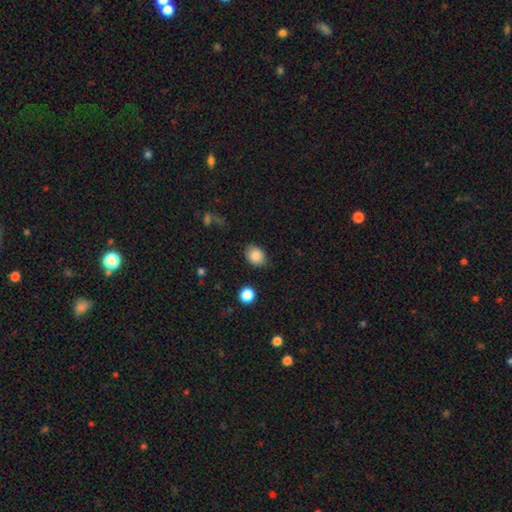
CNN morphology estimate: smooth 86%, star or artifact 9%, featured or disk 5%. Down the decision tree: how rounded — in between (59%); merging — none (83%).